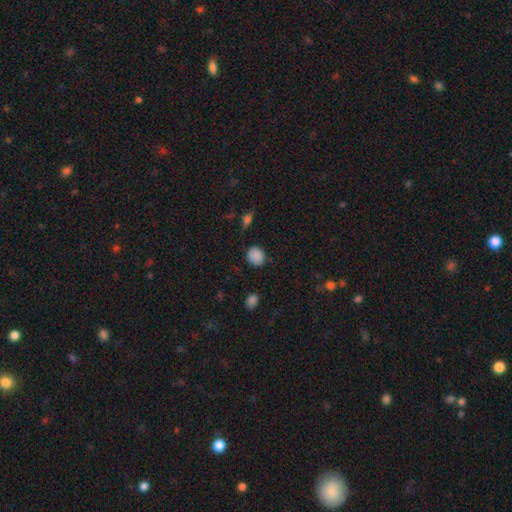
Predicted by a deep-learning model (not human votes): smooth-or-featured: smooth: 86% | star or artifact: 10% | featured or disk: 4%
  how-rounded: round: 79% | in between: 20% | cigar-shaped: 1%
  merging: none: 83% | minor disturbance: 12% | major disturbance: 3% | merger: 2%